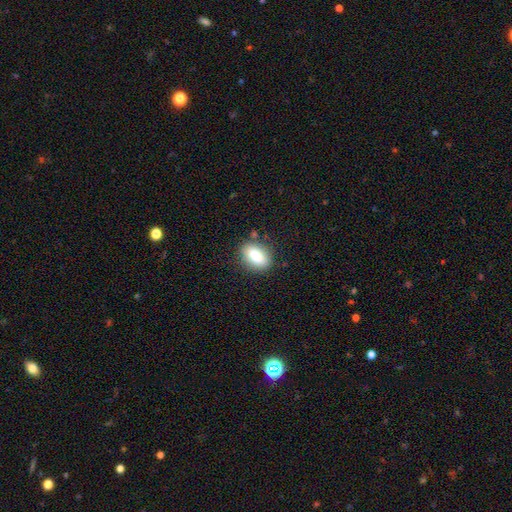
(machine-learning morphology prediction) smooth-or-featured: smooth: 81% | featured or disk: 11% | star or artifact: 8%
  how-rounded: in between: 82% | round: 13% | cigar-shaped: 5%
  merging: none: 83% | minor disturbance: 12% | major disturbance: 3% | merger: 2%